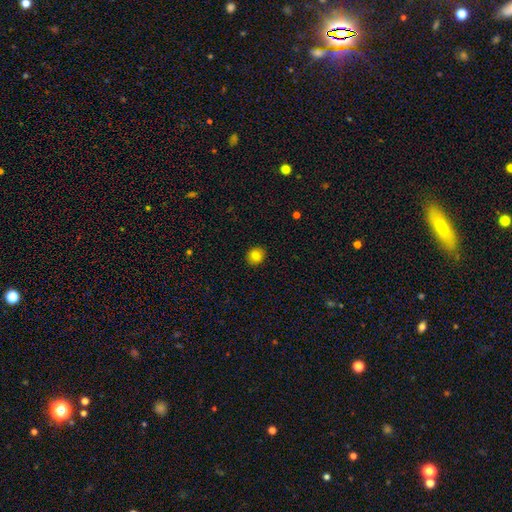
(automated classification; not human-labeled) Smooth or featured: smooth — 82% (star or artifact — 11%)
How rounded: round — 83% (in between — 16%)
Merging: none — 91% (minor disturbance — 6%)